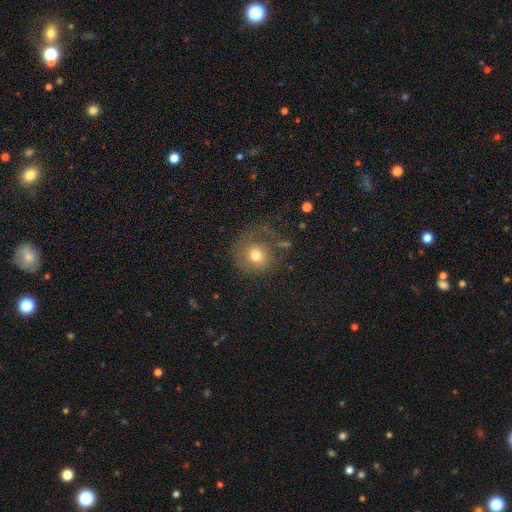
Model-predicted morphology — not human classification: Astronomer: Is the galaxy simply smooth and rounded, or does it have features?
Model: smooth — 67%.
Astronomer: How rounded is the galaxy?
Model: round — 85%.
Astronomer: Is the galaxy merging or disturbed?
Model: none — 46% (runner-up: major disturbance, 29%).